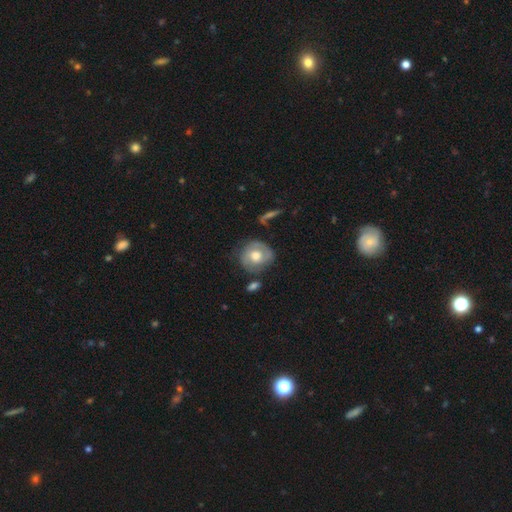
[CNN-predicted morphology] Smooth or featured? featured or disk (55%)
Edge-on disk? no (96%)
Bar? no (76%)
Spiral arms? yes (67%)
Bulge size? moderate (57%)
Merging? none (64%)